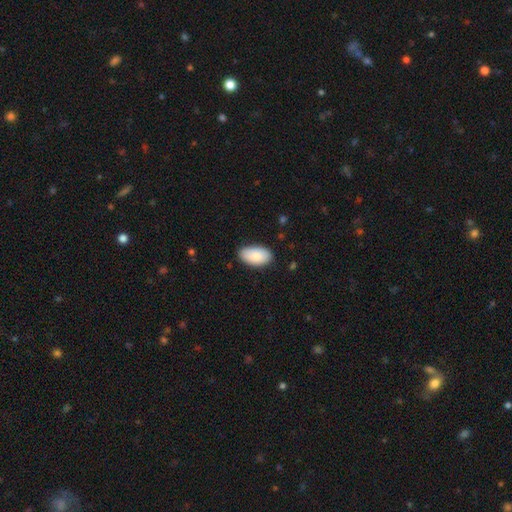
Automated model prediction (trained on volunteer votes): smooth_or_featured: smooth (p=0.88) [alt: featured or disk p=0.06]
how_rounded: in between (p=0.95) [alt: round p=0.03]
merging: none (p=0.81) [alt: minor disturbance p=0.16]